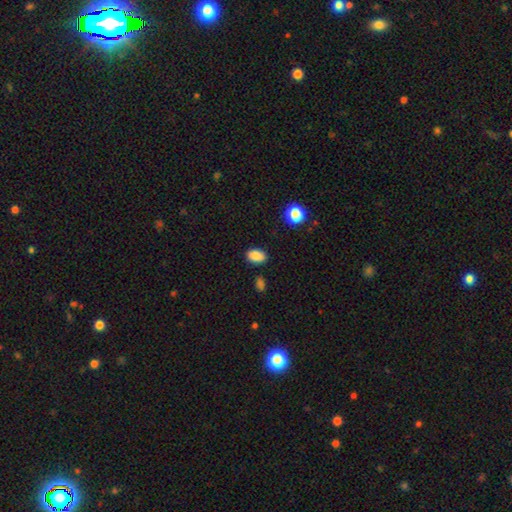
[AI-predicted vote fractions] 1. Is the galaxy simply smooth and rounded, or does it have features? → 87% smooth, 9% star or artifact, 4% featured or disk.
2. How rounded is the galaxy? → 84% in between, 15% round, 1% cigar-shaped.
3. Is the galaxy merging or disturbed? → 84% none, 11% minor disturbance, 3% major disturbance, 2% merger.